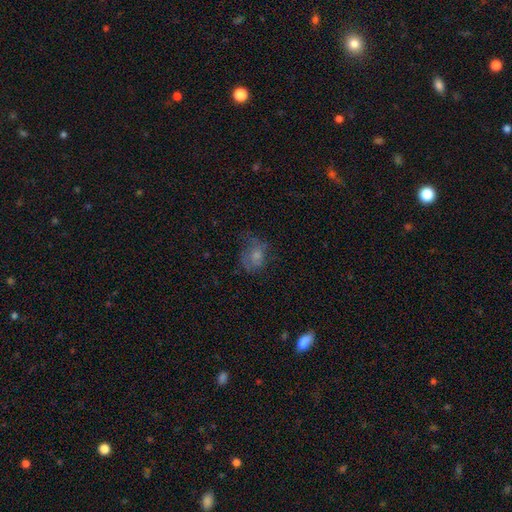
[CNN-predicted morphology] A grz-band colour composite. It shows a smooth galaxy with no disk features (62%) that is round (50%). Merging: none (41%).